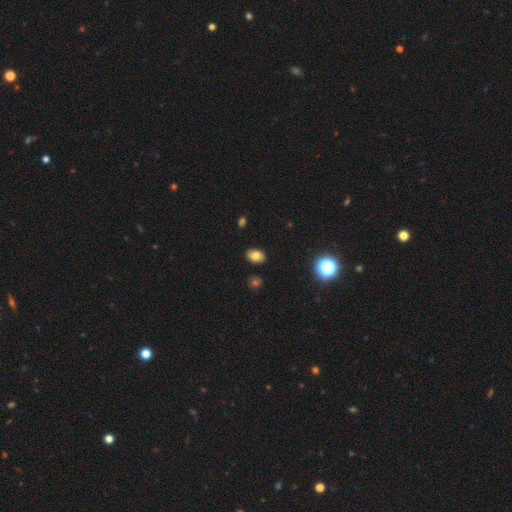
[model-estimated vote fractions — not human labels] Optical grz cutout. It shows a smooth galaxy with no disk features (76%) that is in between round and cigar-shaped (82%). Merging: none (87%).